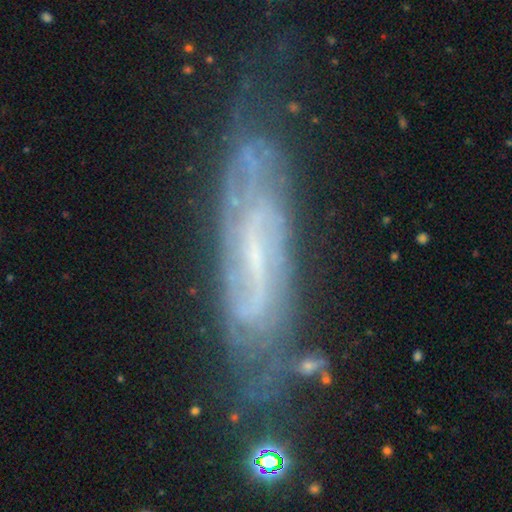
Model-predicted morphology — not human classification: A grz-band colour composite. It shows a featured or disk galaxy (81%) with a weak bar (45%), 2 (46%) tight (52%) spiral arms (92%) and a small central bulge (64%). Merging: none (71%).